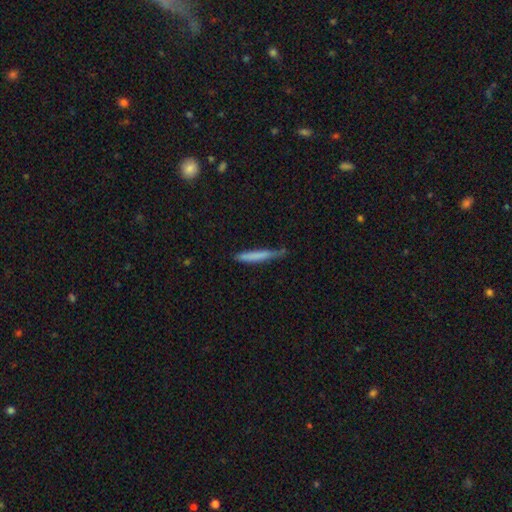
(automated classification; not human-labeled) smooth 74%, featured or disk 20%, star or artifact 6%. Down the decision tree: how rounded — cigar-shaped (95%); merging — none (67%).